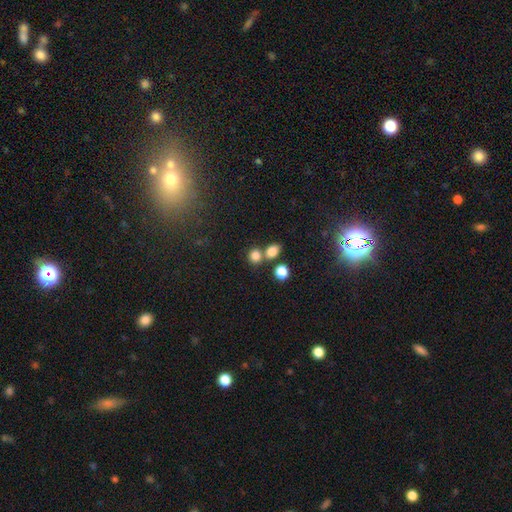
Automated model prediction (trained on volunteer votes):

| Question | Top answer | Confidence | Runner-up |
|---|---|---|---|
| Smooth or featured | smooth | 80% | star or artifact (13%) |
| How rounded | round | 72% | in between (27%) |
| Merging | none | 52% | merger (36%) |